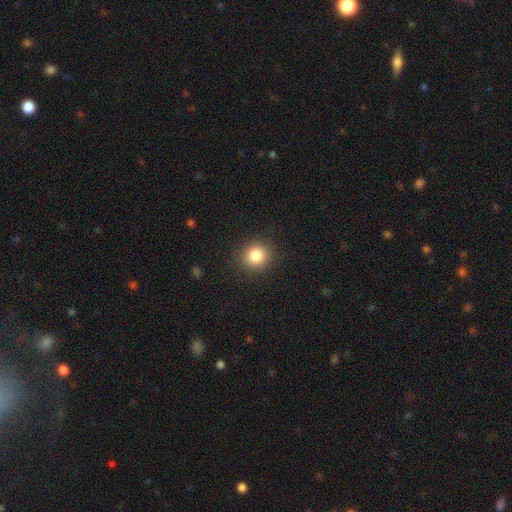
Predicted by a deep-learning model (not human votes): smooth_or_featured: smooth (p=0.84) [alt: star or artifact p=0.11]
how_rounded: round (p=0.89) [alt: in between p=0.10]
merging: none (p=0.90) [alt: minor disturbance p=0.07]